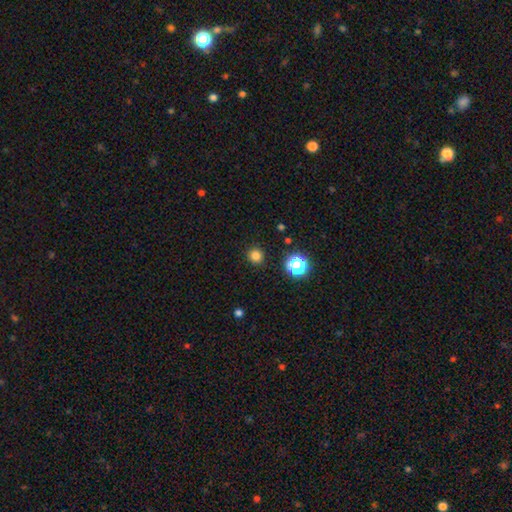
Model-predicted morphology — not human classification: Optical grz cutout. It shows a smooth galaxy with no disk features (80%) that is round (93%). Merging: none (91%).